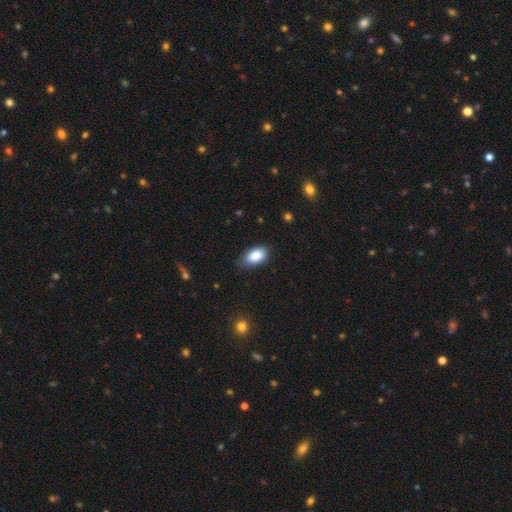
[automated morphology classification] smooth 87%, star or artifact 7%, featured or disk 6%. Down the decision tree: how rounded — in between (93%); merging — none (72%).